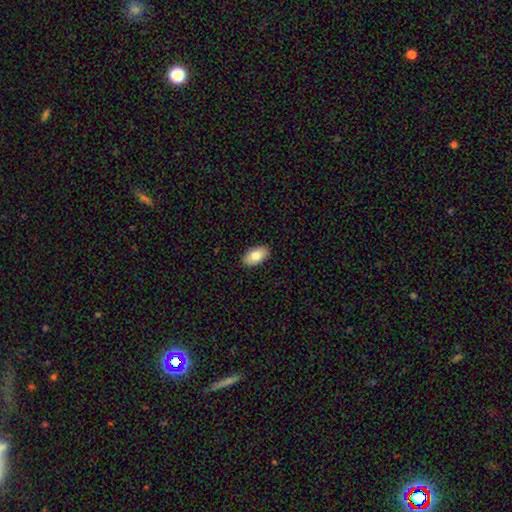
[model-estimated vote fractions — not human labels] A smooth galaxy with no disk features (82%) that is in between round and cigar-shaped (95%). Merging: none (89%).